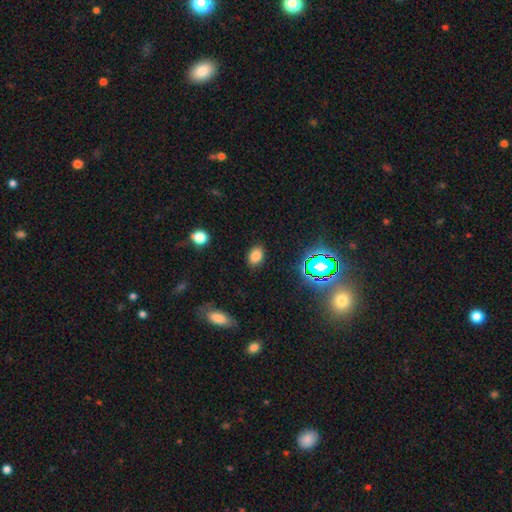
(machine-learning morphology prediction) Q: Smooth or featured?
A: smooth (78%); runner-up: star or artifact (16%)
Q: How rounded?
A: in between (78%); runner-up: round (20%)
Q: Merging?
A: none (86%); runner-up: minor disturbance (10%)